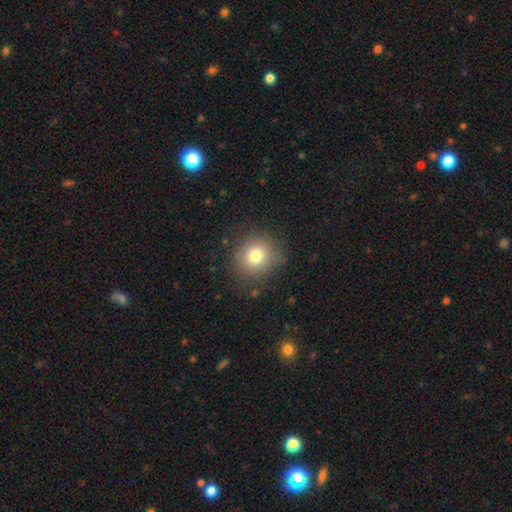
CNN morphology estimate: smooth_or_featured: smooth (p=0.77) [alt: star or artifact p=0.13]
how_rounded: round (p=0.88) [alt: in between p=0.11]
merging: none (p=0.82) [alt: minor disturbance p=0.12]